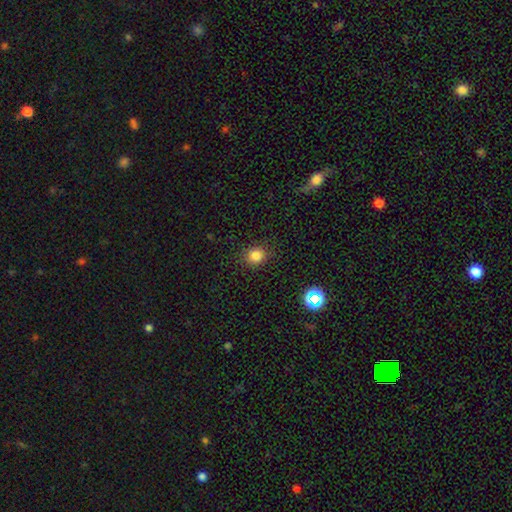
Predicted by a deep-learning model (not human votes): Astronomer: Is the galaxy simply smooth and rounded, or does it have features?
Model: smooth — 82%.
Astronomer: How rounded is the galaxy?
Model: round — 81%.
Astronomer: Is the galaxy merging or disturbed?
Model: none — 86%.